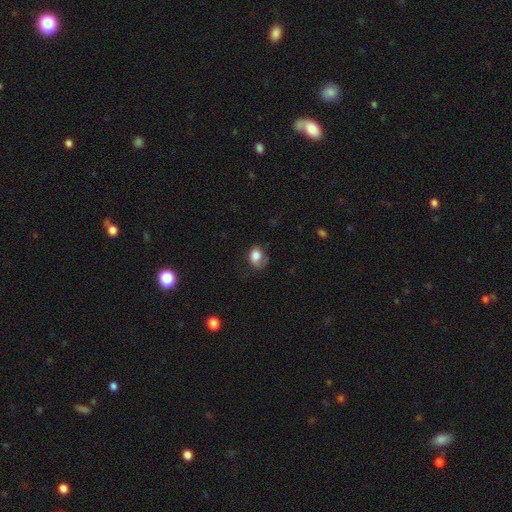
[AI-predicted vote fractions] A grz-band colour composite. It shows a smooth galaxy with no disk features (81%) that is in between round and cigar-shaped (63%). Merging: none (50%).